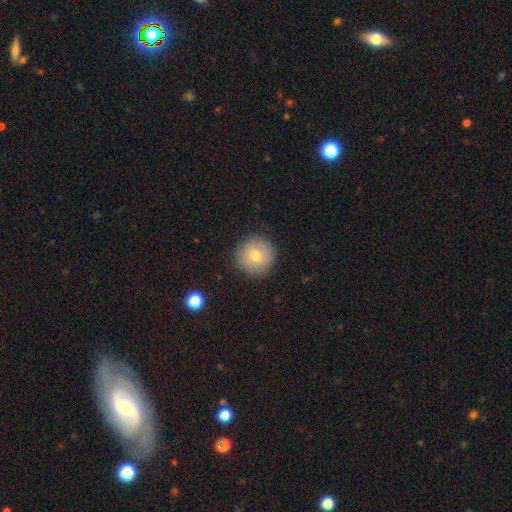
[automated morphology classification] type=smooth (71%); roundness=round (96%); merging=none (89%).